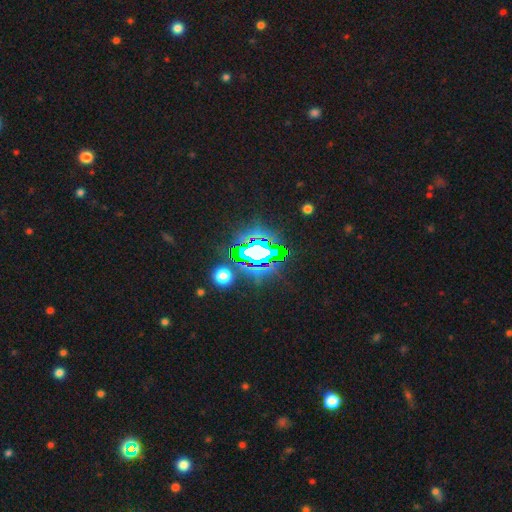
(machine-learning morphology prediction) Overall: star or artifact (72%).